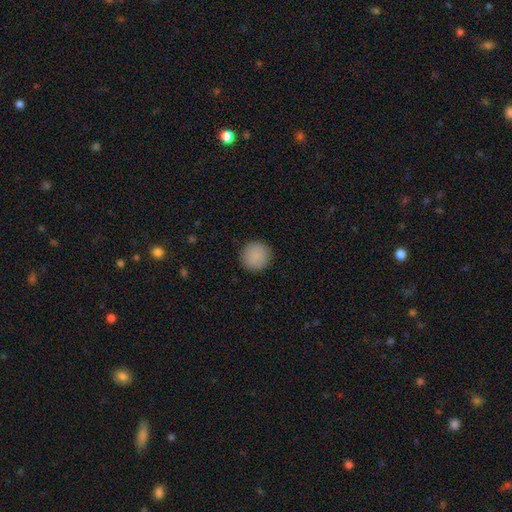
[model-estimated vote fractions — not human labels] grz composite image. It shows a smooth galaxy with no disk features (88%) that is round (94%). Merging: none (91%).